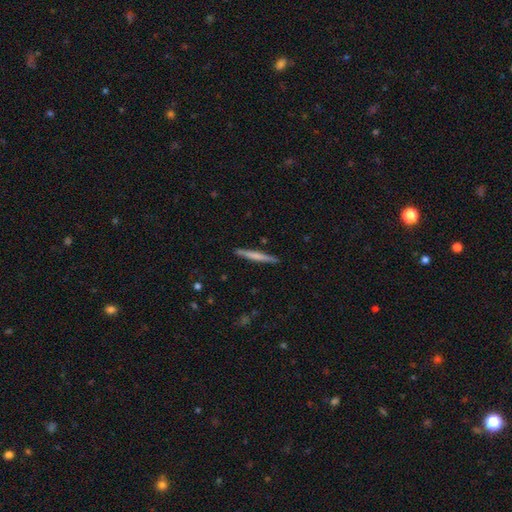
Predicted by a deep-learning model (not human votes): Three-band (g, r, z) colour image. It shows a smooth galaxy with no disk features (53%) that is cigar-shaped (96%). Merging: none (91%).